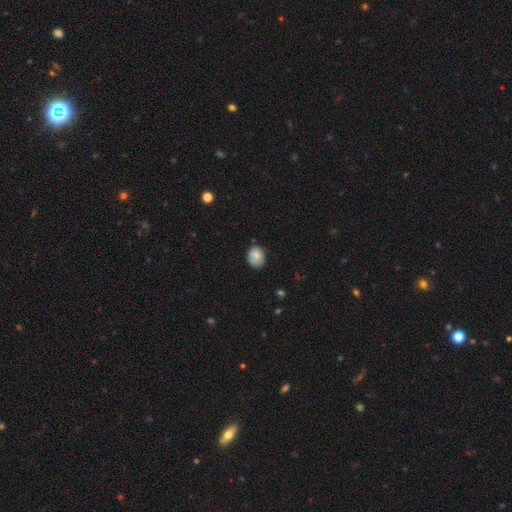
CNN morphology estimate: type=smooth (77%); roundness=round (58%); merging=none (67%).